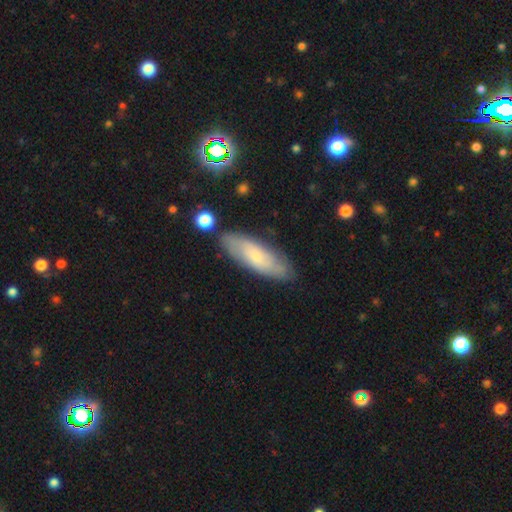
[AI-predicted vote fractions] Smooth or featured: smooth — 52% (featured or disk — 40%)
How rounded: in between — 56% (cigar-shaped — 42%)
Merging: none — 82% (minor disturbance — 13%)